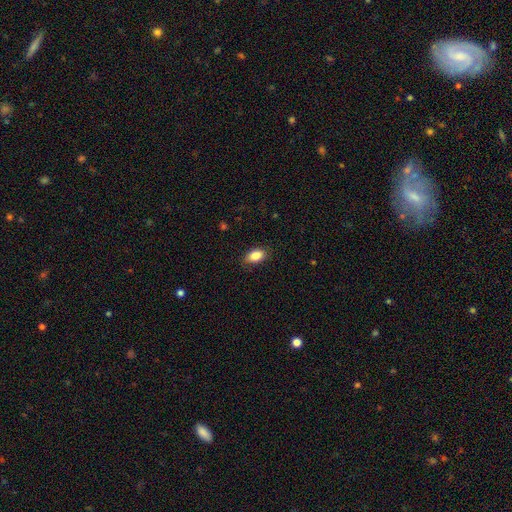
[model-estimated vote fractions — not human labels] This is clearly a smooth galaxy (85%). How rounded: clearly in between (89%). Merging: clearly none (81%).